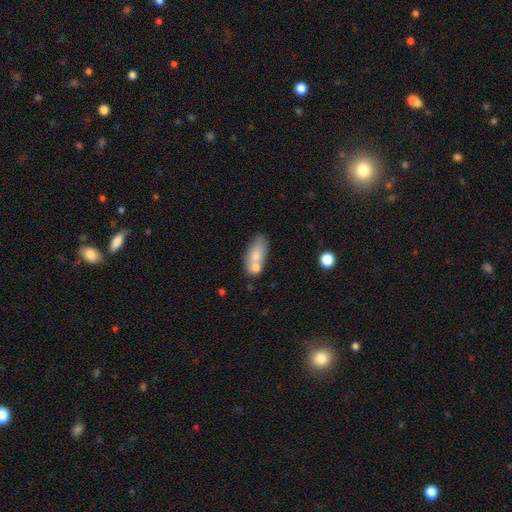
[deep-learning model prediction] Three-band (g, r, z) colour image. It shows a smooth galaxy with no disk features (73%) that is in between round and cigar-shaped (83%). Merging: none (52%).